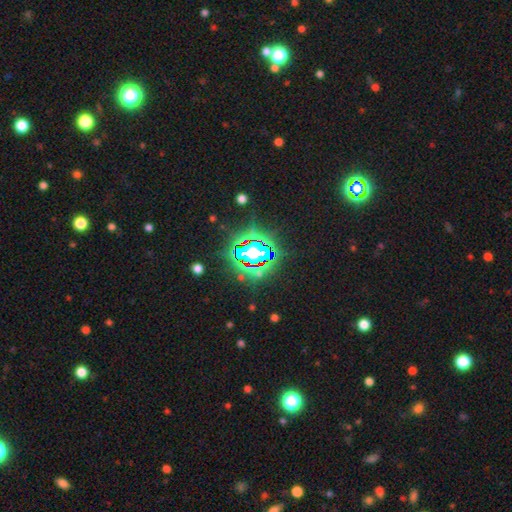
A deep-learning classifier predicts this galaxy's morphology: smooth_or_featured: star or artifact (p=0.81) [alt: smooth p=0.10]